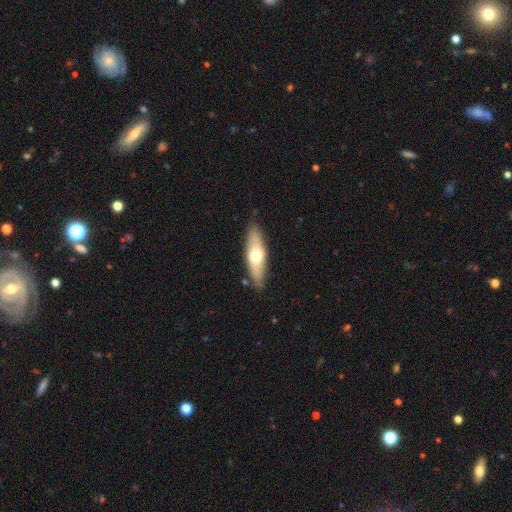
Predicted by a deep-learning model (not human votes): This is possibly a smooth galaxy (58%). How rounded: possibly in between (50%). Merging: clearly none (86%).